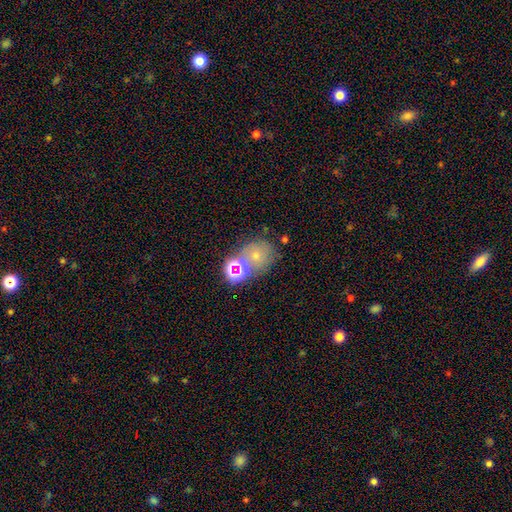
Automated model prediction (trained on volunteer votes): This is possibly a smooth galaxy (58%). How rounded: likely round (75%). Merging: possibly none (53%).